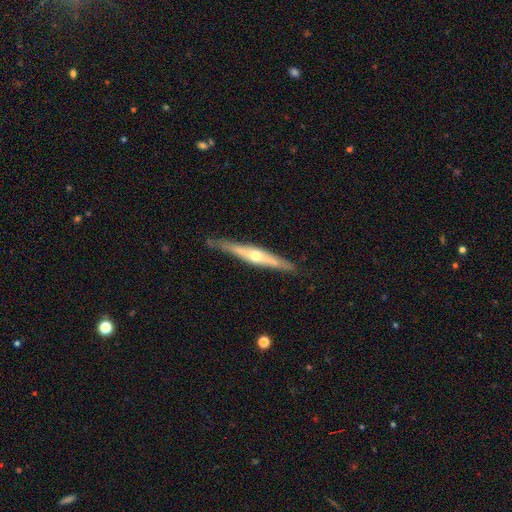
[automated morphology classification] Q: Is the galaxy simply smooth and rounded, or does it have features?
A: featured or disk — 69%.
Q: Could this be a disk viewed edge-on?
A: yes — 95%.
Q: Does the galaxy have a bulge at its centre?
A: rounded — 87%.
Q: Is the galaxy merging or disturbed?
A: none — 85%.